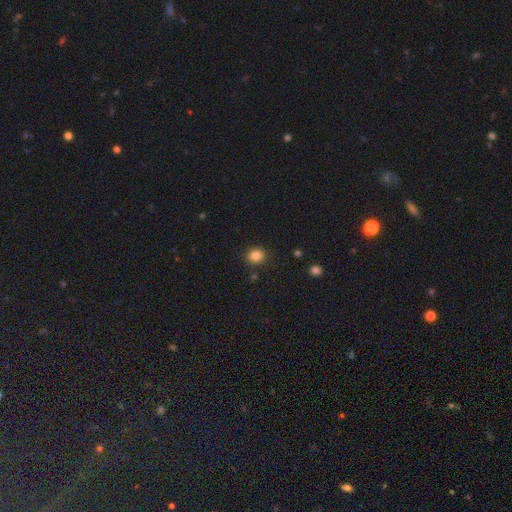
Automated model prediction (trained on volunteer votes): Q: Smooth or featured?
A: smooth (85%); runner-up: star or artifact (11%)
Q: How rounded?
A: round (79%); runner-up: in between (20%)
Q: Merging?
A: none (88%); runner-up: minor disturbance (8%)